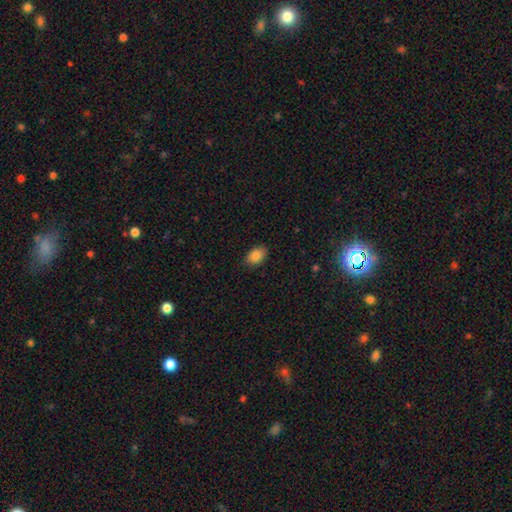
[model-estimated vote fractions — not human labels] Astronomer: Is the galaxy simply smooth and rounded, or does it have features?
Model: smooth — 86%.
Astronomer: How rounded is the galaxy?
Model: in between — 87%.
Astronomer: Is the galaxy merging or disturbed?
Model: none — 85%.